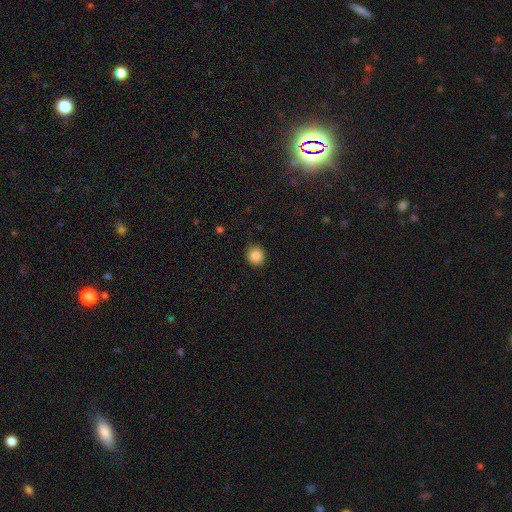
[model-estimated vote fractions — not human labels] This is clearly a smooth galaxy (87%). How rounded: clearly round (87%). Merging: clearly none (88%).